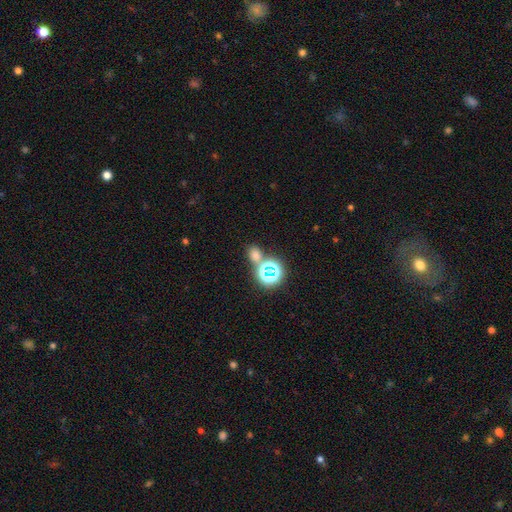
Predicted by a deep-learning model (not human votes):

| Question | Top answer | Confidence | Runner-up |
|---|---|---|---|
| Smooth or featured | smooth | 60% | star or artifact (34%) |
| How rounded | round | 55% | in between (44%) |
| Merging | none | 67% | merger (20%) |